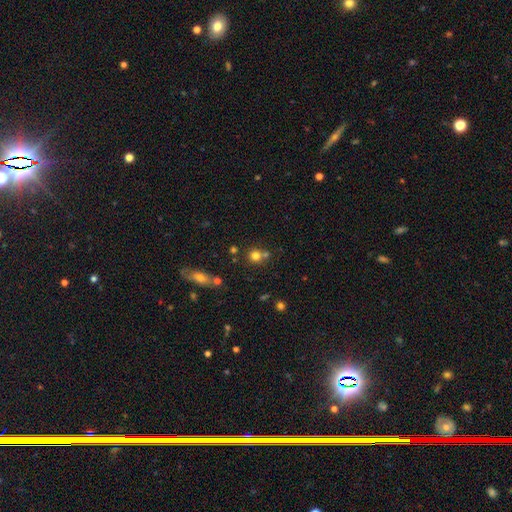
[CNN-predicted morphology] A smooth galaxy with no disk features (76%) that is round (88%).

Vote fractions:
- Smooth or featured? smooth: 76% / star or artifact: 15% / featured or disk: 9%
- How rounded? round: 88% / in between: 10% / cigar-shaped: 1%
- Merging? none: 61% / merger: 28% / minor disturbance: 8% / major disturbance: 3%